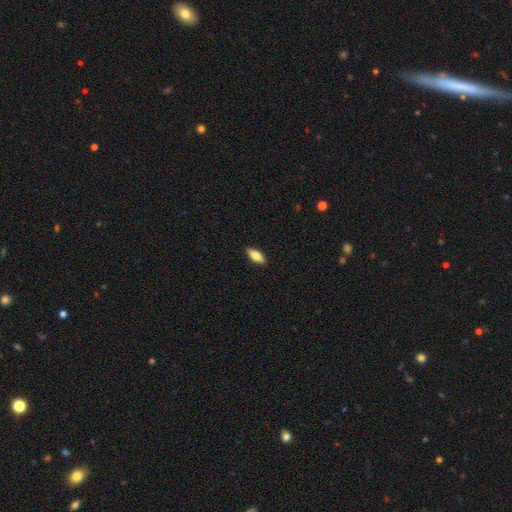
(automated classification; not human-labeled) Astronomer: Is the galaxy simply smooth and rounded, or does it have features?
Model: smooth — 75%.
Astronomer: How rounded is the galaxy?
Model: in between — 75%.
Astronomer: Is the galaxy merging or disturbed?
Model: none — 90%.